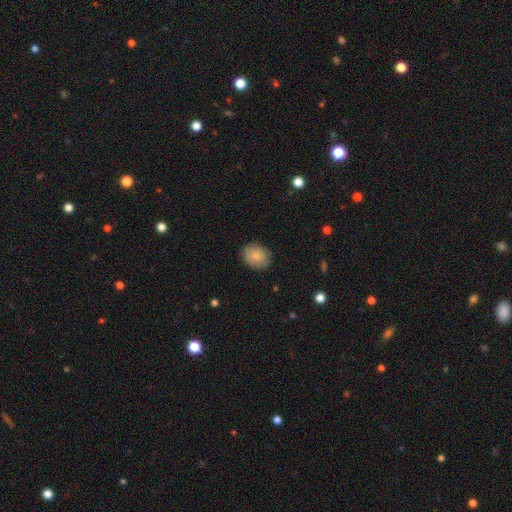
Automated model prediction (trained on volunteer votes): Smooth or featured? smooth (85%)
How rounded? in between (51%)
Merging? none (84%)